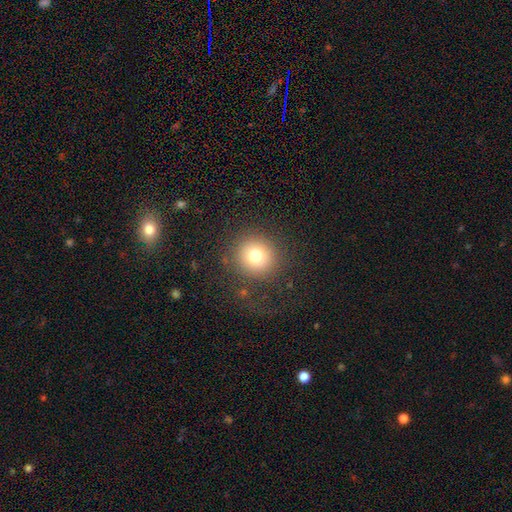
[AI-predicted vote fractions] Overall: smooth (75%). How rounded: round (92%). Merging: none (85%).